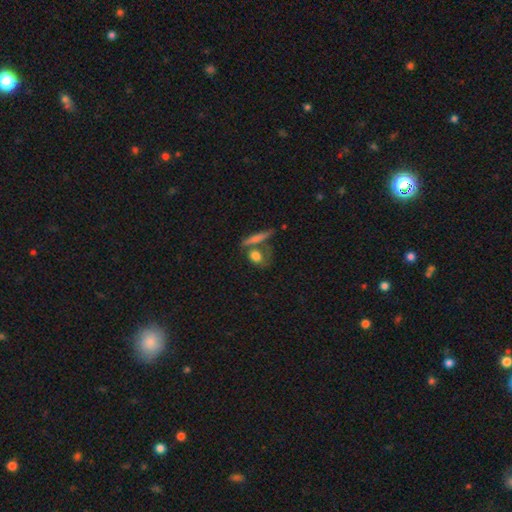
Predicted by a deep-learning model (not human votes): Smooth or featured? smooth (73%)
How rounded? in between (43%)
Merging? none (48%)